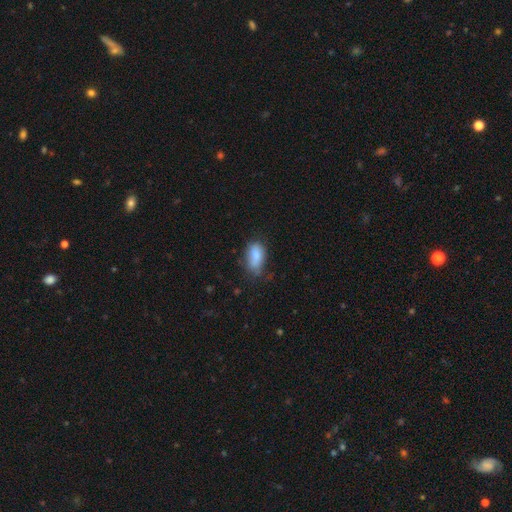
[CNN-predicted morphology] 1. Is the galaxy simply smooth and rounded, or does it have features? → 81% smooth, 11% featured or disk, 8% star or artifact.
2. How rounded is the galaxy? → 90% in between, 5% round, 4% cigar-shaped.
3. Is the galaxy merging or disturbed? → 47% none, 36% minor disturbance, 13% major disturbance, 4% merger.